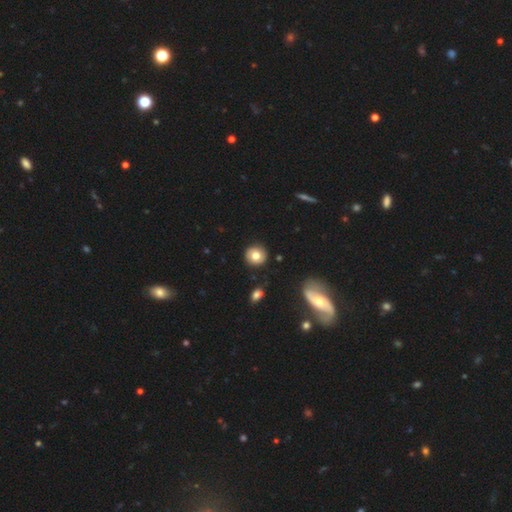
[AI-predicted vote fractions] Overall: smooth (75%). How rounded: round (90%). Merging: none (87%).